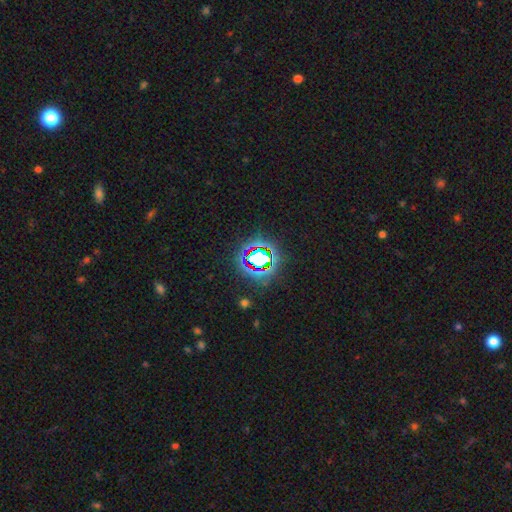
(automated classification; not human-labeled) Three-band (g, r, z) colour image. It shows a star or artifact, not a galaxy (69%).